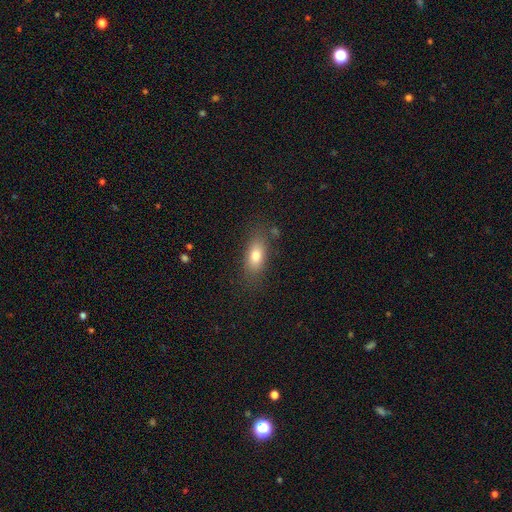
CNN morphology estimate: This appears to be a smooth galaxy with no disk features (79%) that is in between round and cigar-shaped (83%). Merging: none (78%).